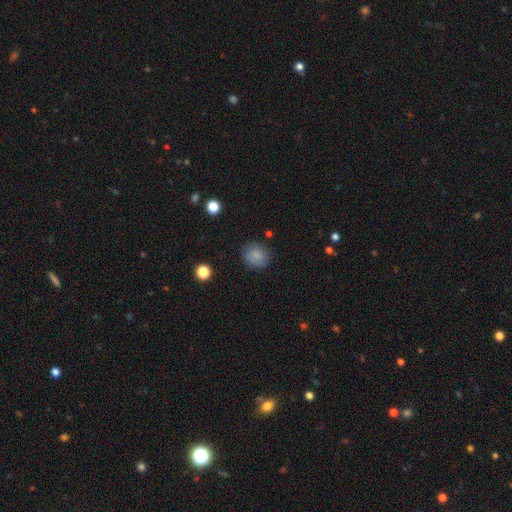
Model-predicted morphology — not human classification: smooth-or-featured: smooth: 84% | star or artifact: 10% | featured or disk: 6%
  how-rounded: round: 82% | in between: 17% | cigar-shaped: 1%
  merging: none: 84% | minor disturbance: 11% | major disturbance: 3% | merger: 1%